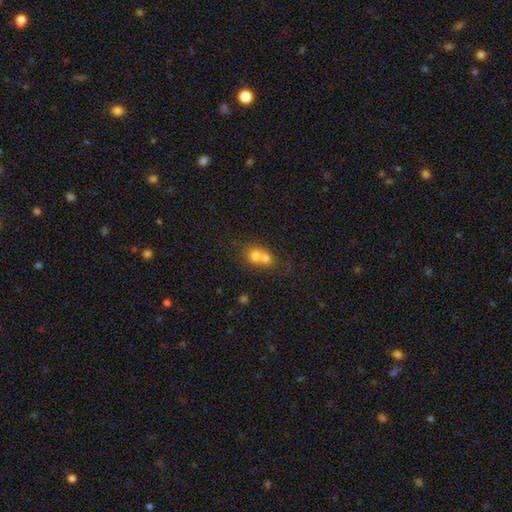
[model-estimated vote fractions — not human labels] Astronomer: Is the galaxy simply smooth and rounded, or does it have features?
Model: smooth — 71%.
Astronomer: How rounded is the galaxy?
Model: round — 73%.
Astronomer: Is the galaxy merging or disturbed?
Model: merger — 70%.